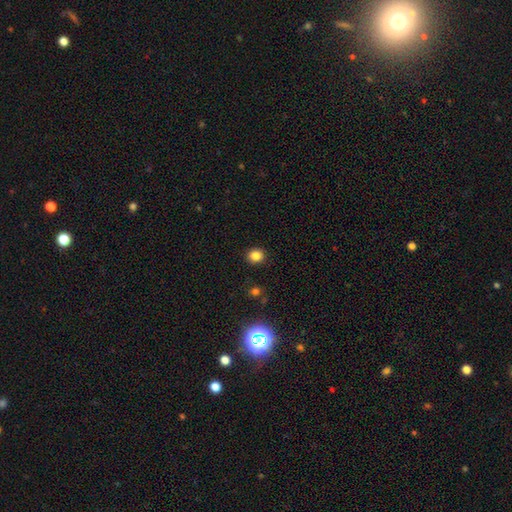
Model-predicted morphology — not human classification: type=smooth (83%); roundness=round (79%); merging=none (90%).